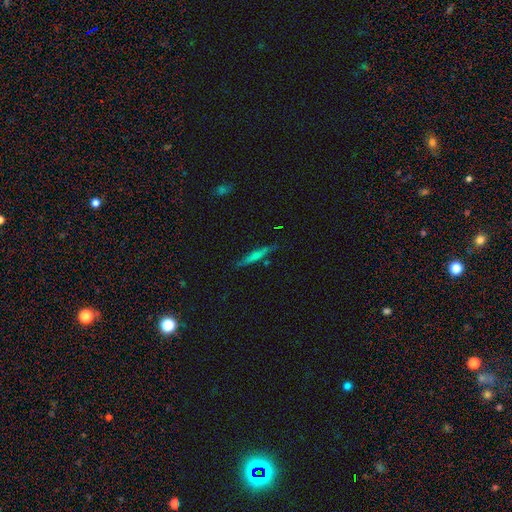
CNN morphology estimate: smooth 57%, featured or disk 36%, star or artifact 7%. Down the decision tree: how rounded — cigar-shaped (92%); merging — none (82%).